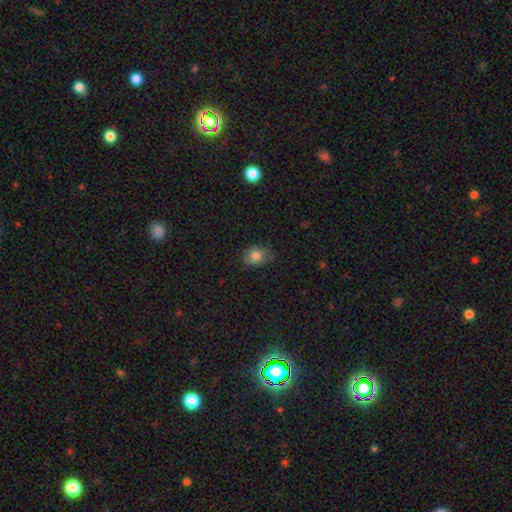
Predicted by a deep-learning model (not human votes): Smooth or featured: smooth — 81% (star or artifact — 10%)
How rounded: in between — 60% (round — 39%)
Merging: none — 71% (minor disturbance — 24%)